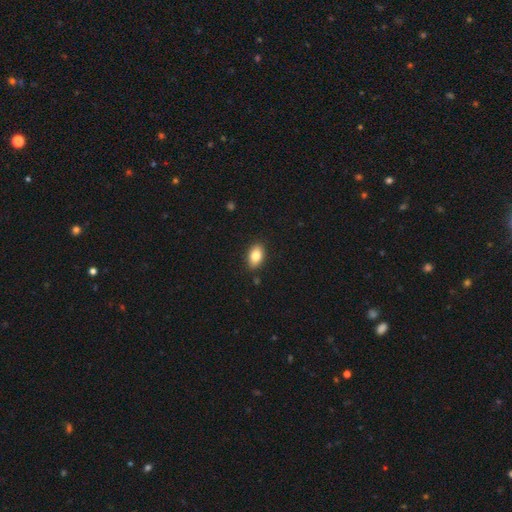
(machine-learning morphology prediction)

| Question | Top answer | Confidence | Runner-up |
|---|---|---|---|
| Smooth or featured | smooth | 84% | featured or disk (9%) |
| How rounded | in between | 90% | round (8%) |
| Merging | none | 88% | minor disturbance (9%) |